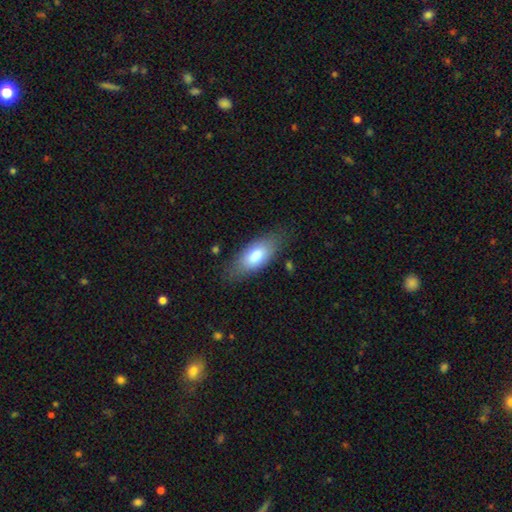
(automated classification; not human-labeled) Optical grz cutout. It shows a smooth galaxy with no disk features (78%) that is in between round and cigar-shaped (87%). Merging: none (74%).